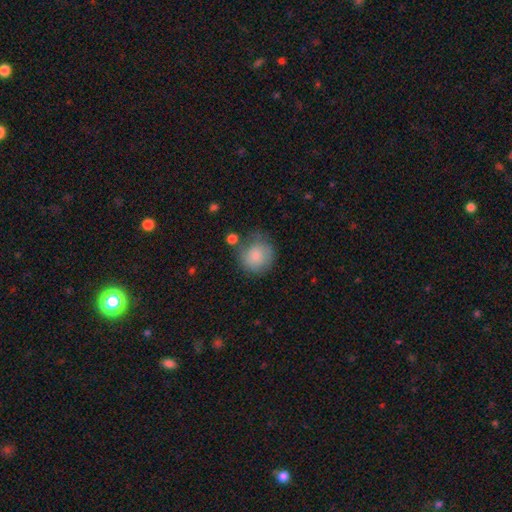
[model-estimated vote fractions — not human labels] smooth-or-featured: smooth: 81% | featured or disk: 11% | star or artifact: 7%
  how-rounded: round: 87% | in between: 12% | cigar-shaped: 1%
  merging: none: 59% | minor disturbance: 23% | major disturbance: 9% | merger: 9%